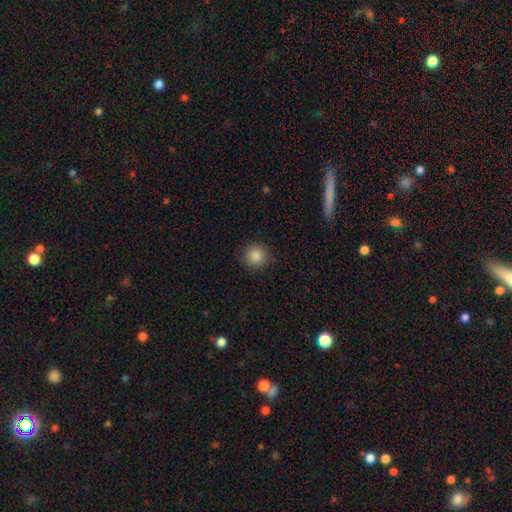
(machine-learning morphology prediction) This appears to be a smooth galaxy with no disk features (86%) that is round (94%). Merging: none (89%).